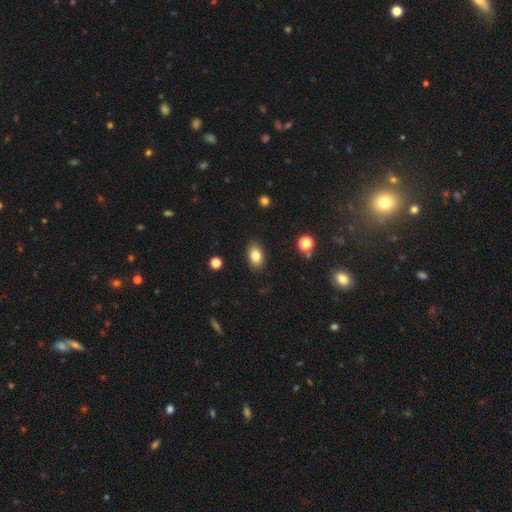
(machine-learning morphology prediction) A smooth galaxy with no disk features (82%) that is in between round and cigar-shaped (87%). Merging: none (87%).